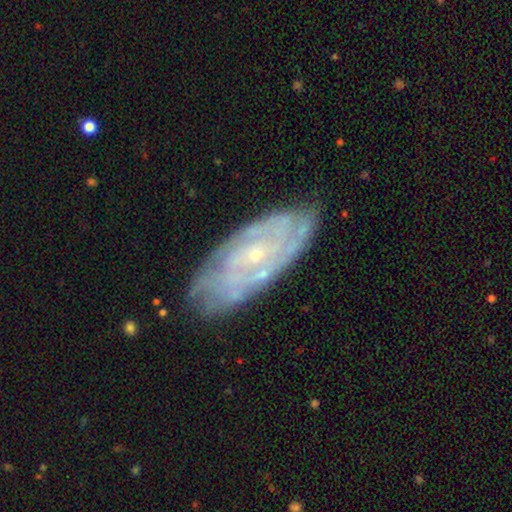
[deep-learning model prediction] Smooth or featured: featured or disk — 82% (smooth — 12%)
Edge-on disk: no — 90% (yes — 10%)
Bar: no — 68% (weak — 25%)
Spiral arms: yes — 90% (no — 10%)
Spiral winding: tight — 73% (medium — 22%)
Spiral arm count: can't tell — 48% (2 — 15%)
Bulge size: small — 81% (moderate — 16%)
Merging: none — 77% (minor disturbance — 17%)